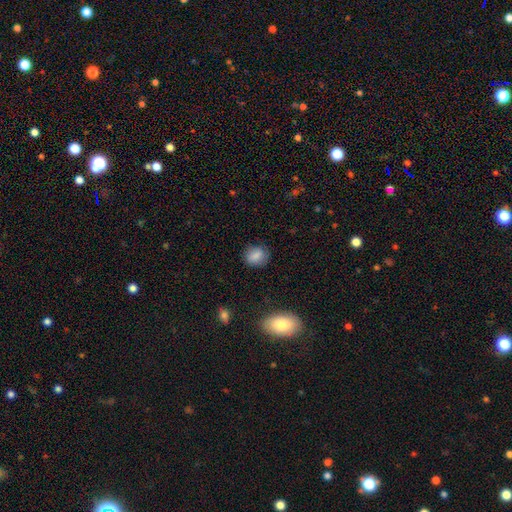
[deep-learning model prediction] This appears to be a smooth galaxy with no disk features (84%) that is round (58%). Merging: none (82%).